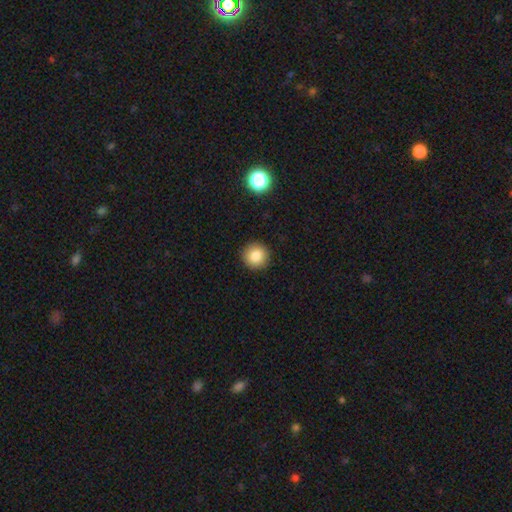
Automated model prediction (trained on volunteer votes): Overall: smooth (84%). How rounded: round (94%). Merging: none (92%).